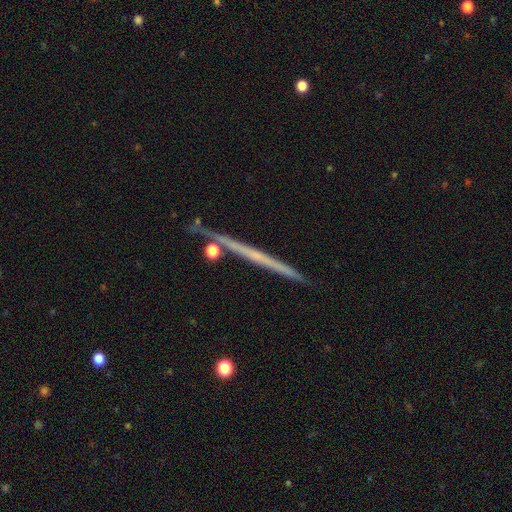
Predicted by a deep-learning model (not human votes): featured or disk 62%, smooth 30%, star or artifact 7%. Down the decision tree: edge-on disk — yes (97%); edge-on bulge — none (85%); merging — none (87%).